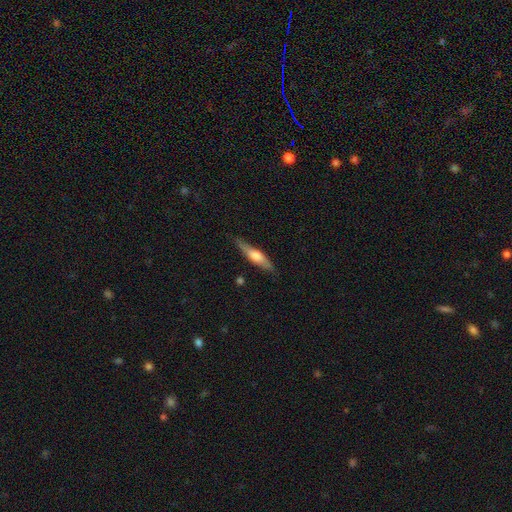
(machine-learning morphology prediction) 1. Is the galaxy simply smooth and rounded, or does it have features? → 53% featured or disk, 41% smooth, 6% star or artifact.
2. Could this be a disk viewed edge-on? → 93% yes, 7% no.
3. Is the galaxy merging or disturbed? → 83% none, 13% minor disturbance, 2% major disturbance, 1% merger.